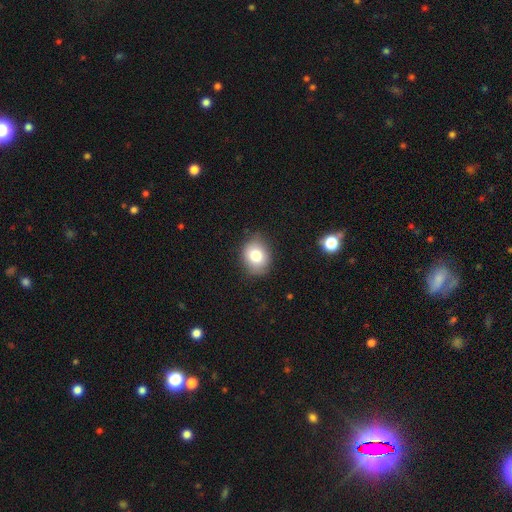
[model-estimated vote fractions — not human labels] smooth_or_featured: smooth (p=0.78) [alt: featured or disk p=0.12]
how_rounded: round (p=0.54) [alt: in between p=0.45]
merging: none (p=0.81) [alt: minor disturbance p=0.15]